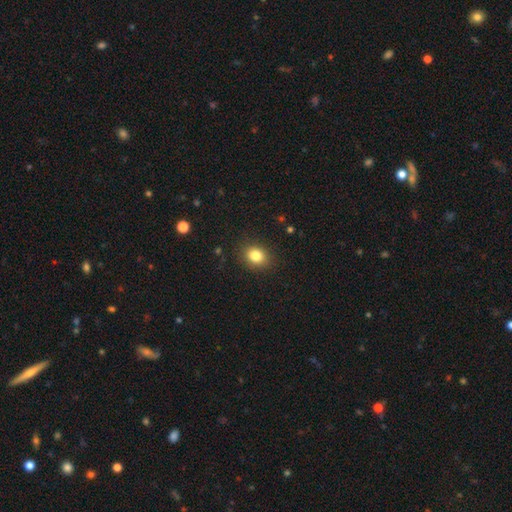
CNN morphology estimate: Q: Smooth or featured?
A: smooth (83%); runner-up: star or artifact (11%)
Q: How rounded?
A: round (58%); runner-up: in between (41%)
Q: Merging?
A: none (87%); runner-up: minor disturbance (9%)